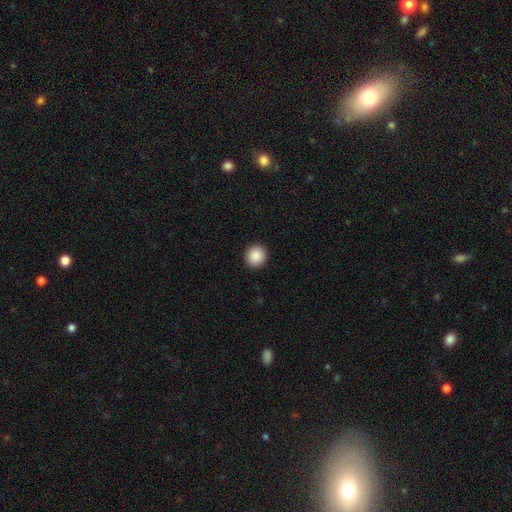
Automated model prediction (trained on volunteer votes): A smooth galaxy with no disk features (89%) that is round (93%).

Vote fractions:
- Smooth or featured? smooth: 89% / star or artifact: 8% / featured or disk: 3%
- How rounded? round: 93% / in between: 6% / cigar-shaped: 1%
- Merging? none: 93% / minor disturbance: 4% / major disturbance: 1% / merger: 1%